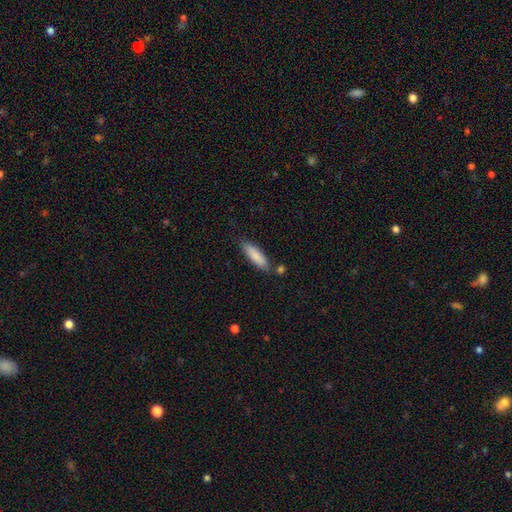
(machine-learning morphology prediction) type=smooth (84%); roundness=cigar-shaped (57%); merging=none (76%).